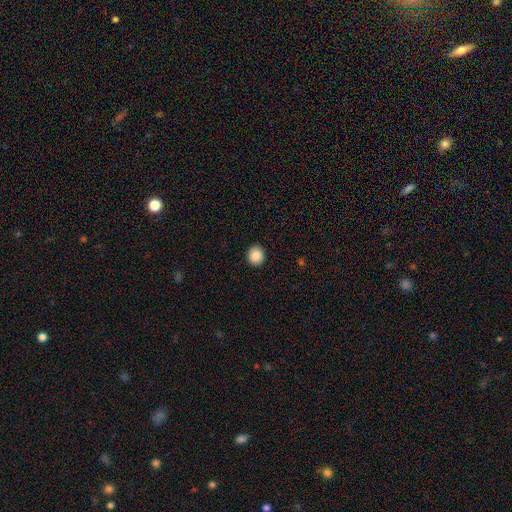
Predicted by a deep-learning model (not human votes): smooth_or_featured: smooth (p=0.87) [alt: star or artifact p=0.09]
how_rounded: round (p=0.82) [alt: in between p=0.17]
merging: none (p=0.92) [alt: minor disturbance p=0.06]